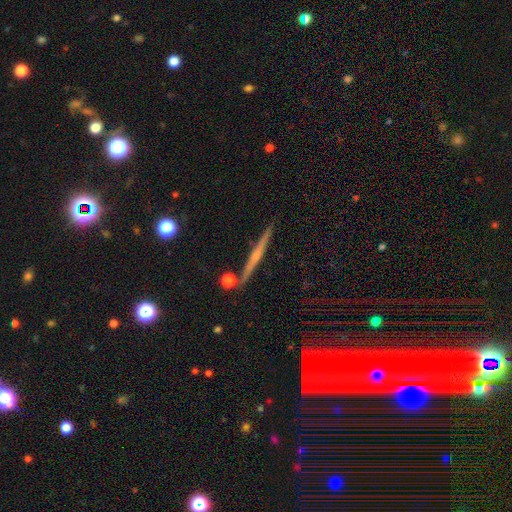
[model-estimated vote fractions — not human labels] Overall: featured or disk (65%; smooth 27%). Edge-on disk: yes (98%). Edge-on bulge: none (52%; rounded 38%). Merging: none (89%).